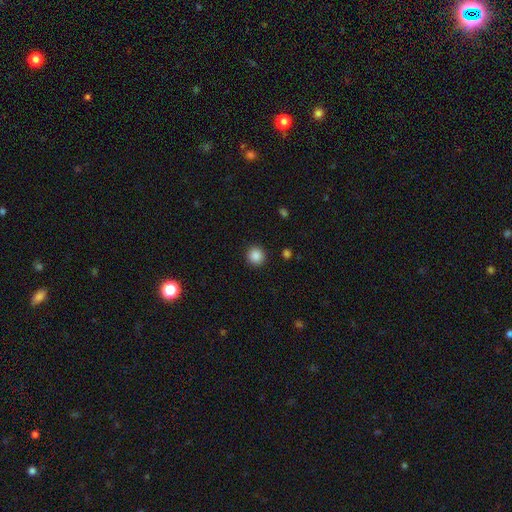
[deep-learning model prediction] A smooth galaxy with no disk features (87%) that is round (94%).

Vote fractions:
- Smooth or featured? smooth: 87% / star or artifact: 10% / featured or disk: 3%
- How rounded? round: 94% / in between: 5% / cigar-shaped: 1%
- Merging? none: 92% / minor disturbance: 5% / major disturbance: 2% / merger: 1%